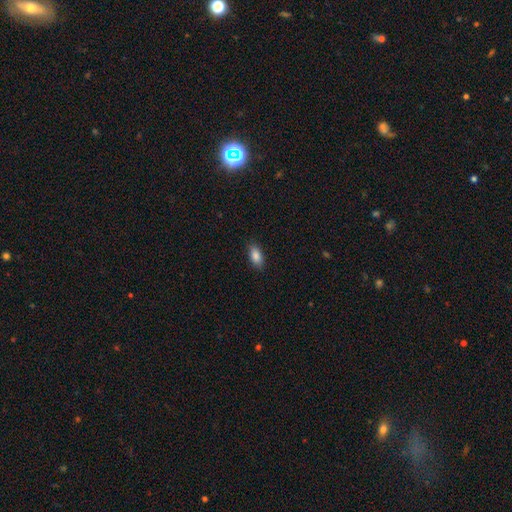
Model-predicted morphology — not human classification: A smooth galaxy with no disk features (87%) that is in between round and cigar-shaped (88%).

Vote fractions:
- Smooth or featured? smooth: 87% / star or artifact: 7% / featured or disk: 6%
- How rounded? in between: 88% / cigar-shaped: 8% / round: 3%
- Merging? none: 88% / minor disturbance: 9% / major disturbance: 2% / merger: 1%